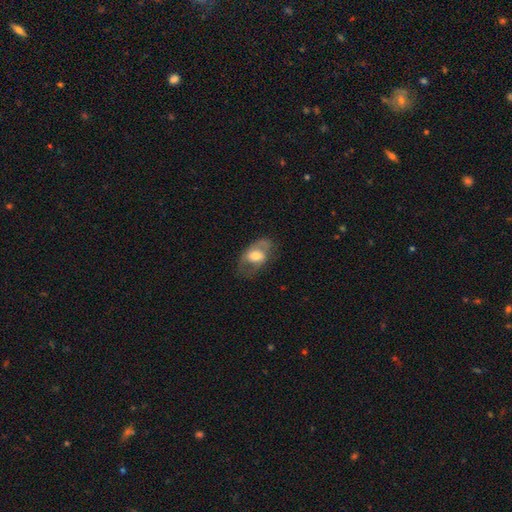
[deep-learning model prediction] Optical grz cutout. It shows a smooth galaxy with no disk features (48%). Merging: none (58%).